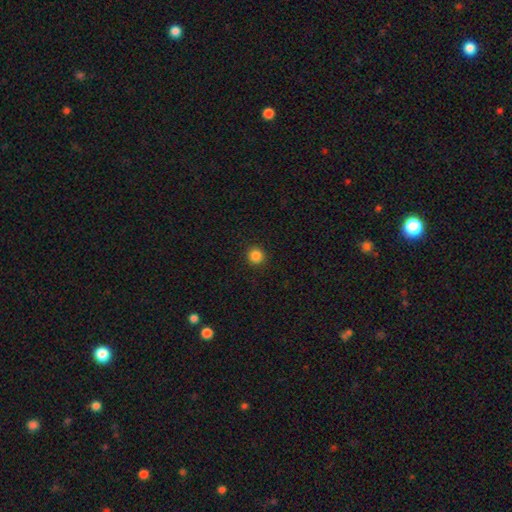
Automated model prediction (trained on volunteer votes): Smooth or featured?
  - smooth: 86% *
  - star or artifact: 11%
  - featured or disk: 3%
How rounded?
  - round: 95% *
  - in between: 4%
  - cigar-shaped: 1%
Merging?
  - none: 92% *
  - minor disturbance: 5%
  - major disturbance: 2%
  - merger: 1%